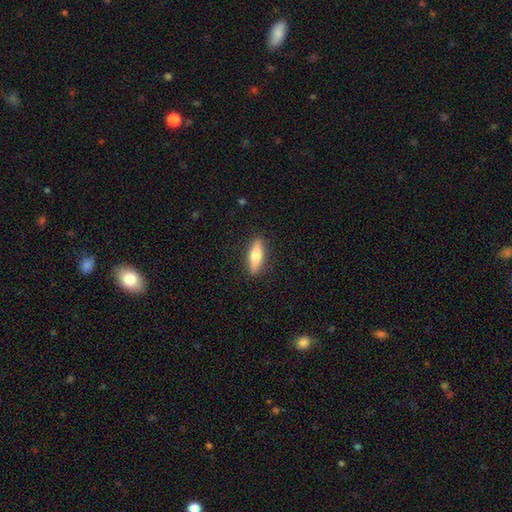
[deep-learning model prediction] A smooth galaxy with no disk features (69%) that is cigar-shaped (52%).

Vote fractions:
- Smooth or featured? smooth: 69% / featured or disk: 25% / star or artifact: 6%
- How rounded? cigar-shaped: 52% / in between: 45% / round: 2%
- Merging? none: 89% / minor disturbance: 8% / major disturbance: 2% / merger: 1%